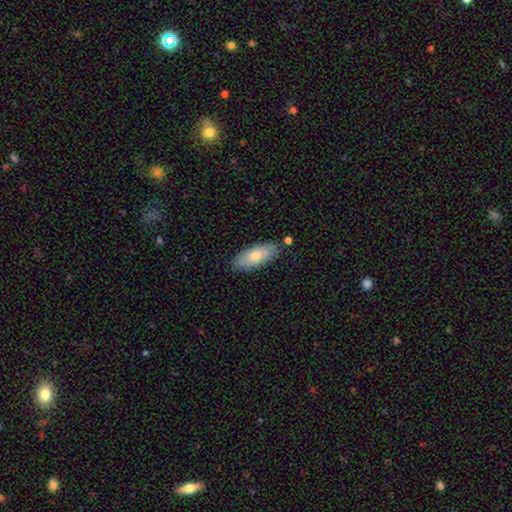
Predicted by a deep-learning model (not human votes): This appears to be a smooth galaxy with no disk features (71%) that is in between round and cigar-shaped (83%). Merging: none (80%).